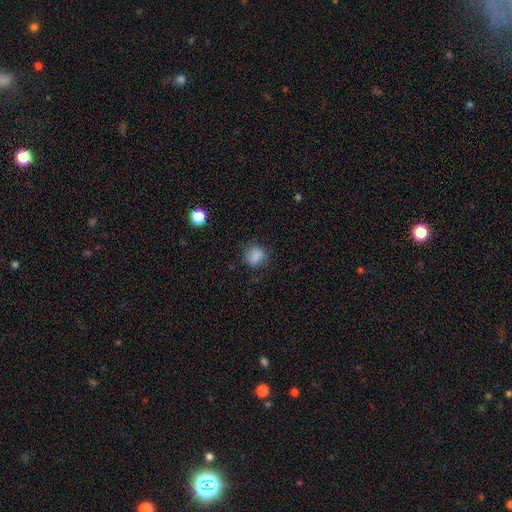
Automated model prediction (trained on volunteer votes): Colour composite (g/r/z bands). It shows a smooth galaxy with no disk features (85%) that is round (72%). Merging: none (78%).